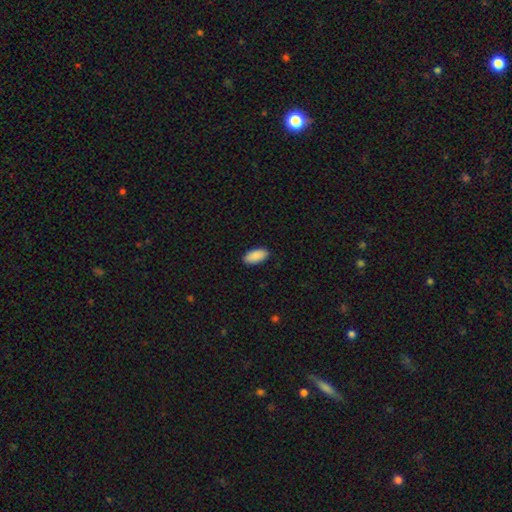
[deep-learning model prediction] Smooth or featured: smooth — 91% (star or artifact — 6%)
How rounded: in between — 93% (cigar-shaped — 5%)
Merging: none — 90% (minor disturbance — 8%)